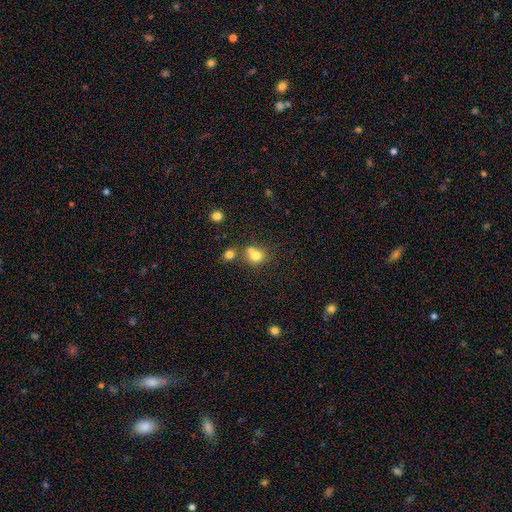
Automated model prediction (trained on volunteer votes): This appears to be a smooth galaxy with no disk features (75%) that is round (76%). Merging: none (48%).